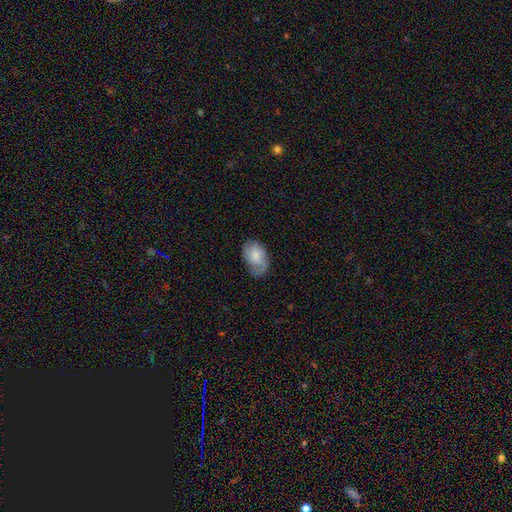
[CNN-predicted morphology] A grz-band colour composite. It shows a smooth galaxy with no disk features (61%) that is in between round and cigar-shaped (89%). Merging: none (60%).